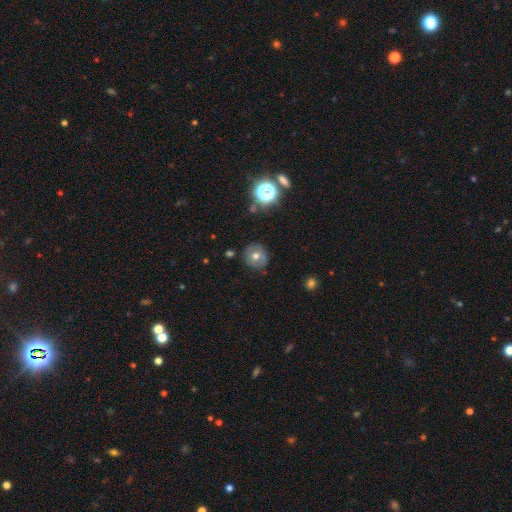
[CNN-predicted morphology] A smooth galaxy with no disk features (56%) that is round (89%).

Vote fractions:
- Smooth or featured? smooth: 56% / featured or disk: 29% / star or artifact: 15%
- How rounded? round: 89% / in between: 10% / cigar-shaped: 1%
- Merging? none: 82% / minor disturbance: 12% / major disturbance: 3% / merger: 2%